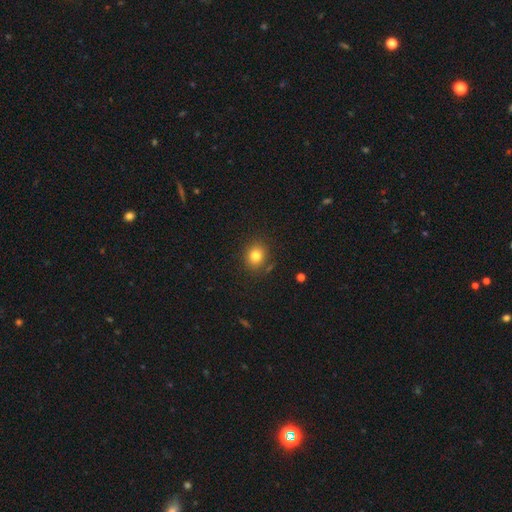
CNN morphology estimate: Smooth or featured?
  - smooth: 80% *
  - star or artifact: 13%
  - featured or disk: 7%
How rounded?
  - round: 77% *
  - in between: 22%
  - cigar-shaped: 1%
Merging?
  - none: 84% *
  - minor disturbance: 10%
  - major disturbance: 3%
  - merger: 3%